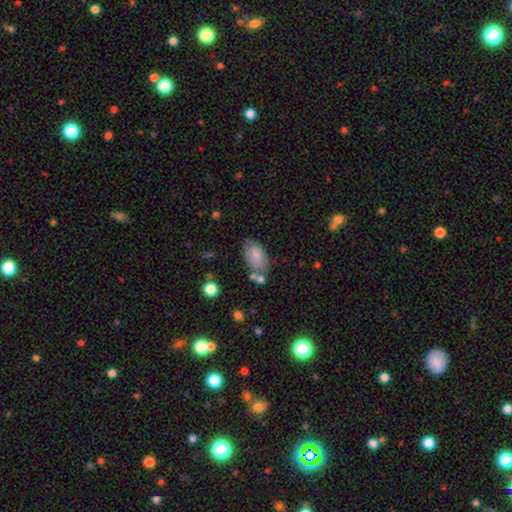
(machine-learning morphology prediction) The model was most divided on "merging": none: 62%, minor disturbance: 21%, merger: 11%, major disturbance: 6%. More confident: how rounded — in between (94%); smooth or featured — smooth (80%).